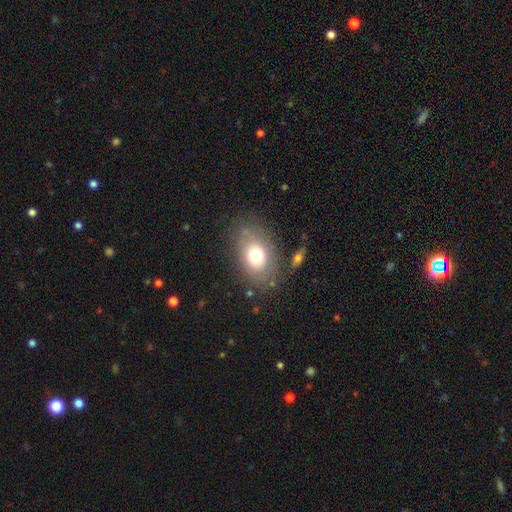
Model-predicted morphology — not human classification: smooth-or-featured: smooth: 71% | featured or disk: 19% | star or artifact: 10%
  how-rounded: in between: 75% | round: 24% | cigar-shaped: 1%
  merging: none: 74% | minor disturbance: 15% | major disturbance: 7% | merger: 4%